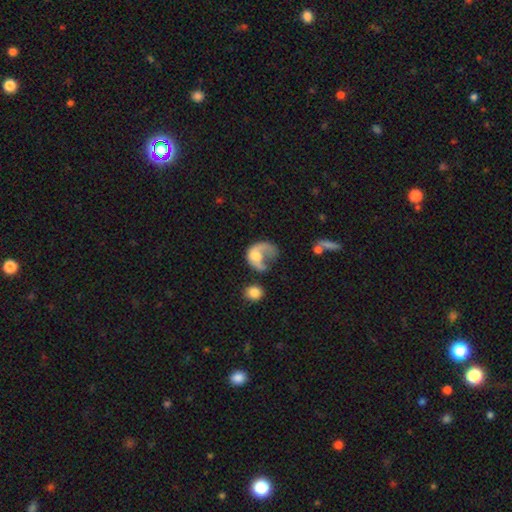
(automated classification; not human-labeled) Morphology: type=featured or disk (49%); merging=major disturbance (59%).